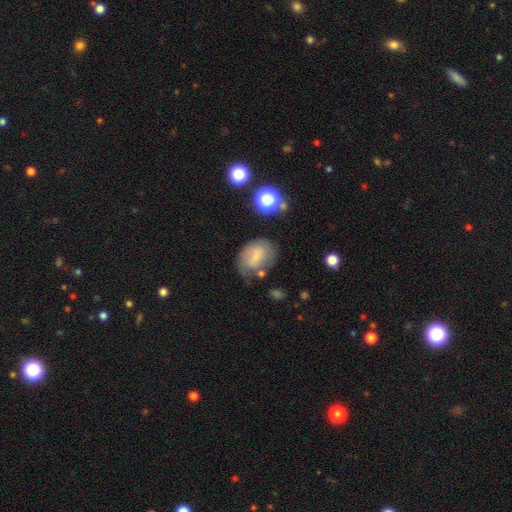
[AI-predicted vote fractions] A smooth galaxy with no disk features (57%) that is in between round and cigar-shaped (67%). Merging: none (53%).